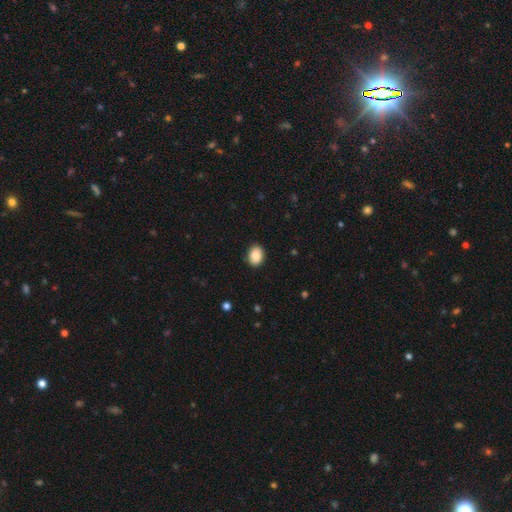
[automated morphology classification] A smooth galaxy with no disk features (89%) that is in between round and cigar-shaped (69%). Merging: none (88%).